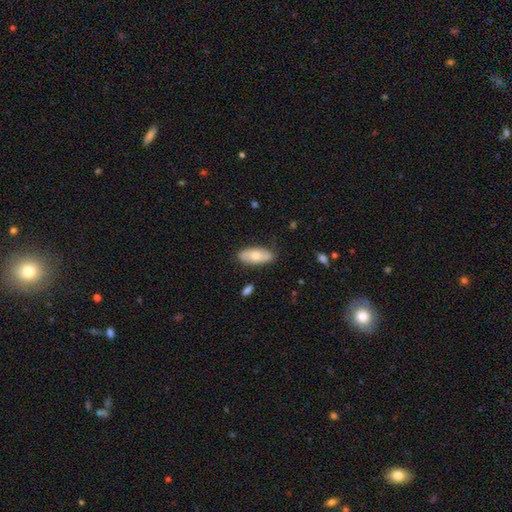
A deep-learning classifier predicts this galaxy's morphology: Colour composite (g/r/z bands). It shows a smooth galaxy with no disk features (66%) that is in between round and cigar-shaped (87%). Merging: none (81%).